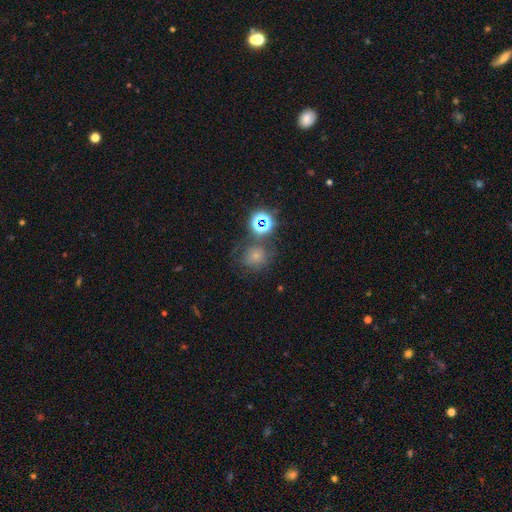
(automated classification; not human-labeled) A smooth galaxy with no disk features (58%) that is round (78%).

Vote fractions:
- Smooth or featured? smooth: 58% / star or artifact: 27% / featured or disk: 15%
- How rounded? round: 78% / in between: 21% / cigar-shaped: 1%
- Merging? none: 59% / minor disturbance: 18% / merger: 13% / major disturbance: 10%